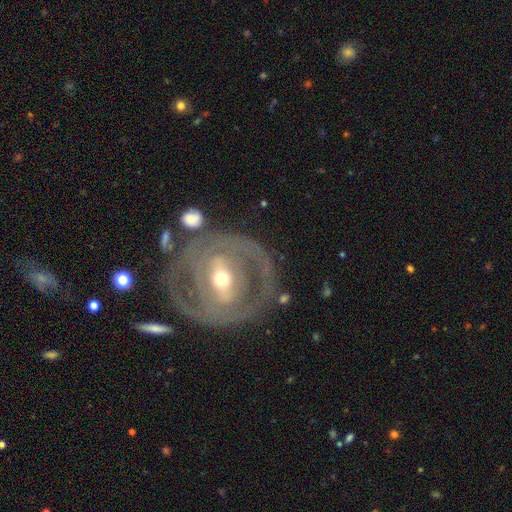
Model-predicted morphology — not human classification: Overall: featured or disk (84%). Edge-on disk: no (95%). Bar: strong (46%; weak 36%). Spiral arms: yes (78%). Spiral arm count: 2 (49%; can't tell 27%). Spiral winding: tight (62%; medium 29%). Bulge size: moderate (51%; small 44%). Merging: none (69%).